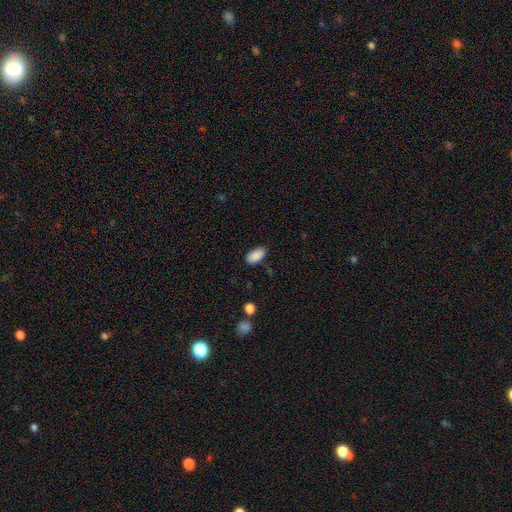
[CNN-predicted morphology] This is clearly a smooth galaxy (89%). How rounded: clearly in between (94%). Merging: clearly none (81%).